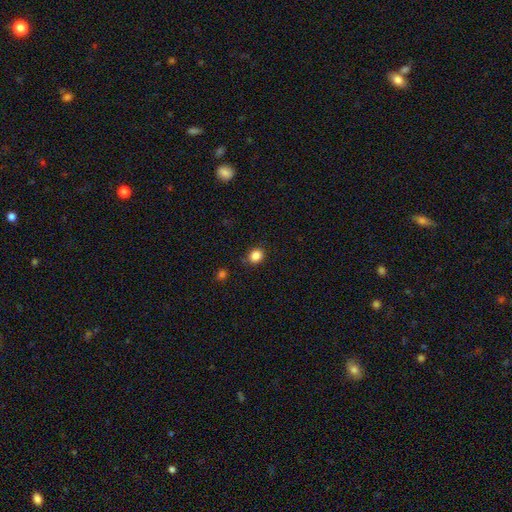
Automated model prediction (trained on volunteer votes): A smooth galaxy with no disk features (85%) that is round (74%).

Vote fractions:
- Smooth or featured? smooth: 85% / star or artifact: 11% / featured or disk: 4%
- How rounded? round: 74% / in between: 25% / cigar-shaped: 1%
- Merging? none: 84% / minor disturbance: 11% / major disturbance: 3% / merger: 2%